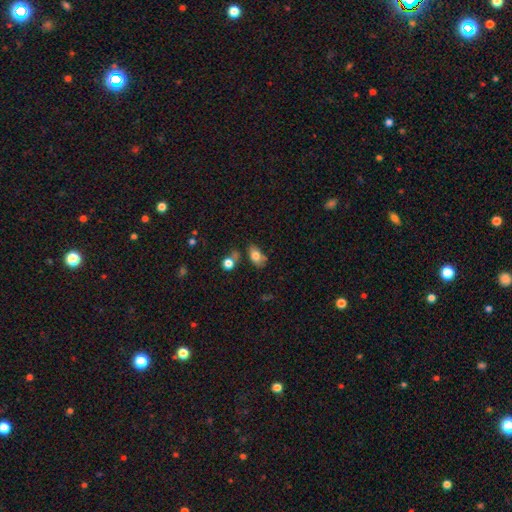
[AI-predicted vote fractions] Smooth or featured? smooth (77%)
How rounded? in between (87%)
Merging? none (60%)